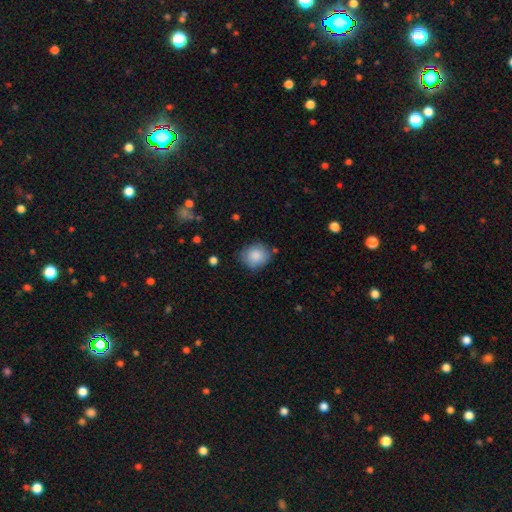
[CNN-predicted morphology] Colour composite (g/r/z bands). It shows a smooth galaxy with no disk features (85%) that is round (72%). Merging: none (71%).